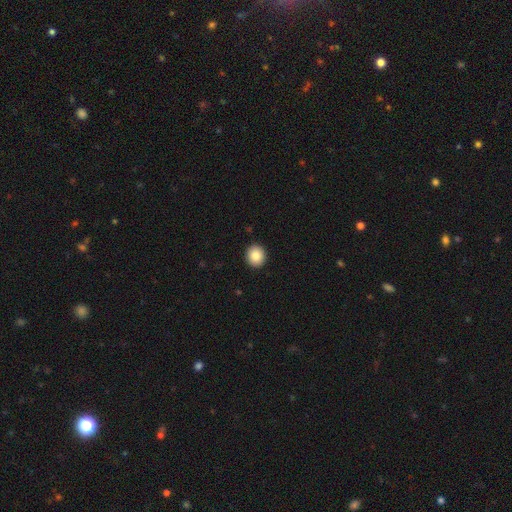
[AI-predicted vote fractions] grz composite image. It shows a smooth galaxy with no disk features (85%) that is round (88%). Merging: none (93%).